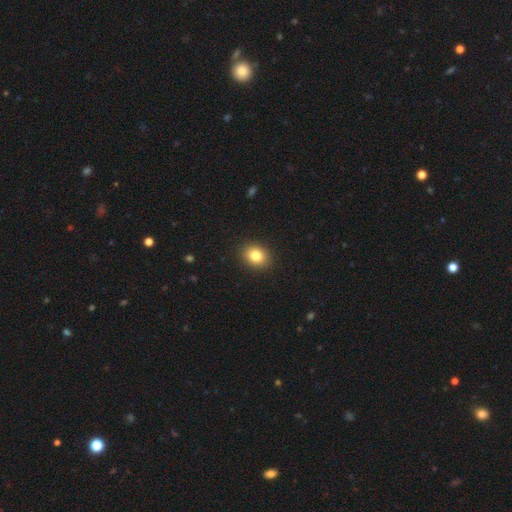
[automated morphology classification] Smooth or featured? Predicted: smooth (p=0.82). How rounded? Predicted: round (p=0.52). Merging? Predicted: none (p=0.91).